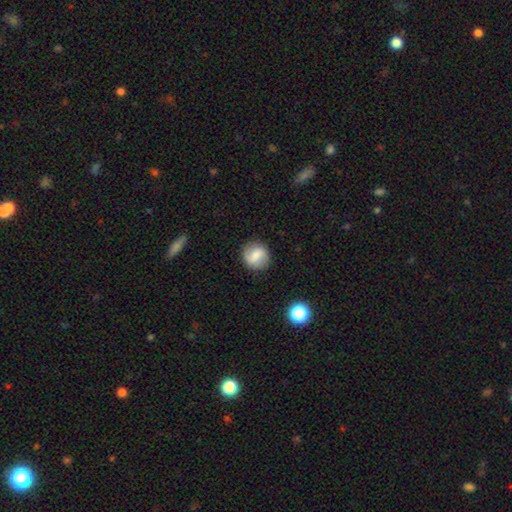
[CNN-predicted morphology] The model was most divided on "smooth or featured": smooth: 59%, featured or disk: 33%, star or artifact: 8%. More confident: how rounded — round (89%); merging — none (86%).